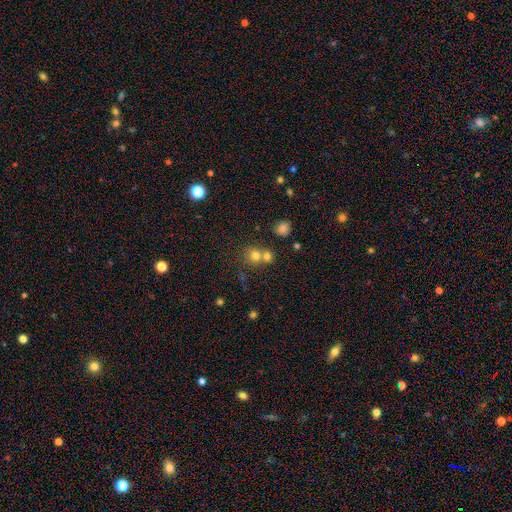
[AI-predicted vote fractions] smooth_or_featured: smooth (p=0.75) [alt: star or artifact p=0.15]
how_rounded: round (p=0.85) [alt: in between p=0.14]
merging: none (p=0.48) [alt: merger p=0.42]